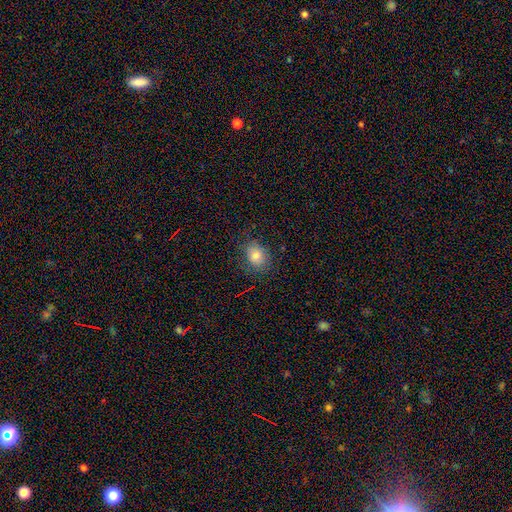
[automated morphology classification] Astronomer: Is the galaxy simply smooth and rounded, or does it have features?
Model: smooth — 79%.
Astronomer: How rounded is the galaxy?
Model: in between — 52% (runner-up: round, 47%).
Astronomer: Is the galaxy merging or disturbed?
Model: none — 78%.